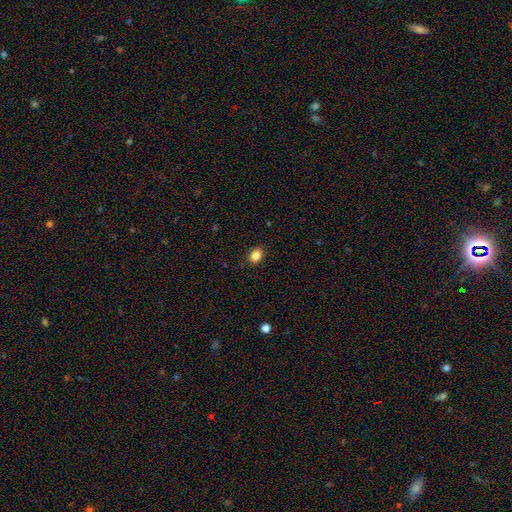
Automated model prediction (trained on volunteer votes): This is clearly a smooth galaxy (85%). How rounded: likely in between (63%). Merging: clearly none (88%).